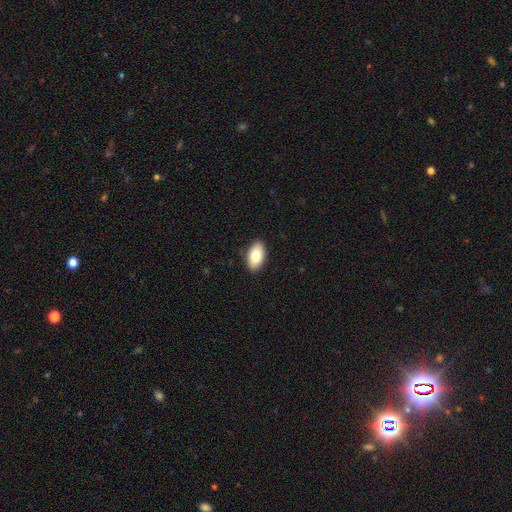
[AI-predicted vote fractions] smooth-or-featured: smooth: 80% | featured or disk: 14% | star or artifact: 7%
  how-rounded: in between: 94% | round: 4% | cigar-shaped: 2%
  merging: none: 89% | minor disturbance: 9% | major disturbance: 2% | merger: 1%